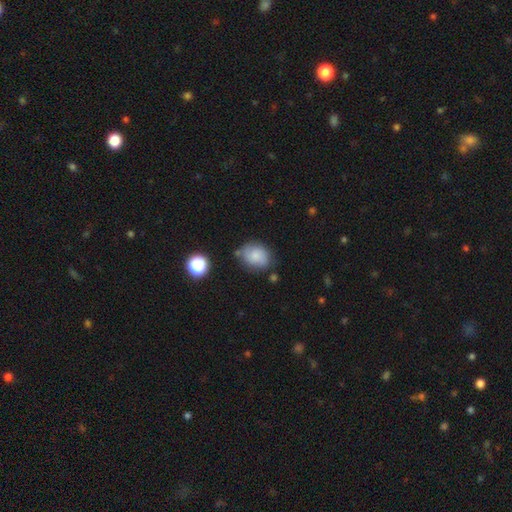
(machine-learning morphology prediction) Smooth or featured? smooth (69%)
How rounded? in between (53%)
Merging? none (63%)